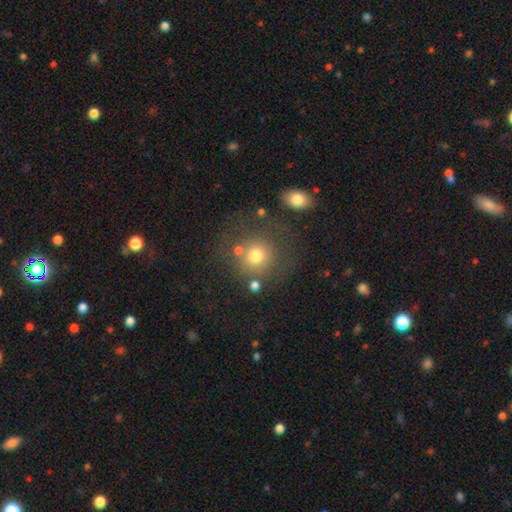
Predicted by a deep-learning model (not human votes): smooth 73%, star or artifact 14%, featured or disk 13%. Down the decision tree: how rounded — round (88%); merging — none (66%).